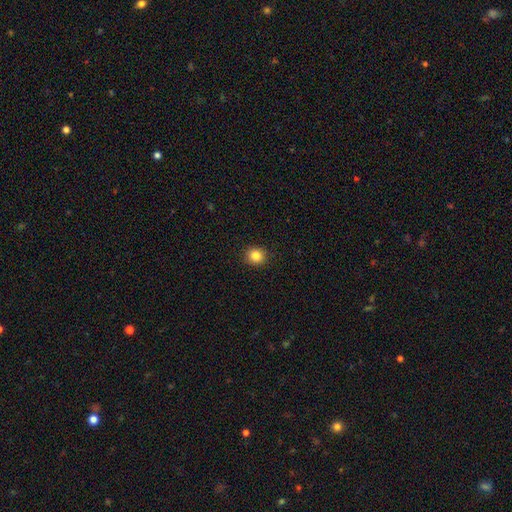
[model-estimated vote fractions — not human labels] This is clearly a smooth galaxy (84%). How rounded: clearly round (88%). Merging: clearly none (92%).